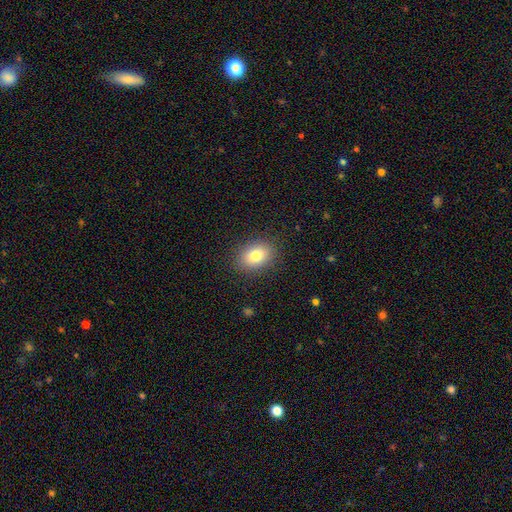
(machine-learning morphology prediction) smooth-or-featured: smooth: 81% | featured or disk: 10% | star or artifact: 9%
  how-rounded: in between: 74% | round: 25% | cigar-shaped: 1%
  merging: none: 87% | minor disturbance: 9% | major disturbance: 3% | merger: 1%